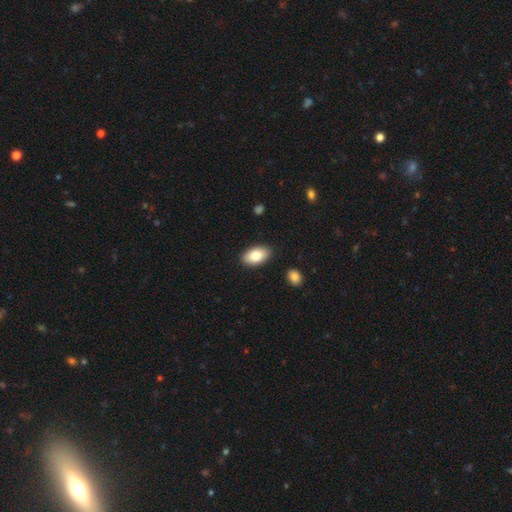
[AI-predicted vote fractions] A smooth galaxy with no disk features (82%) that is in between round and cigar-shaped (94%).

Vote fractions:
- Smooth or featured? smooth: 82% / featured or disk: 12% / star or artifact: 7%
- How rounded? in between: 94% / round: 4% / cigar-shaped: 2%
- Merging? none: 88% / minor disturbance: 9% / major disturbance: 2% / merger: 2%